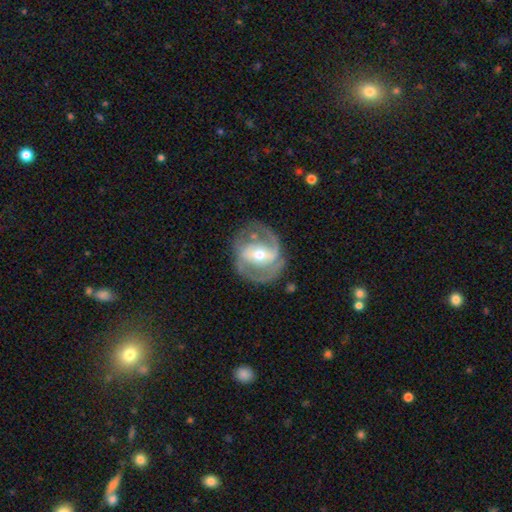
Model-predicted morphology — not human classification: A featured or disk galaxy (61%) with a weak bar (37%), spiral arms (53%) and a moderate central bulge (65%). Merging: none (79%).